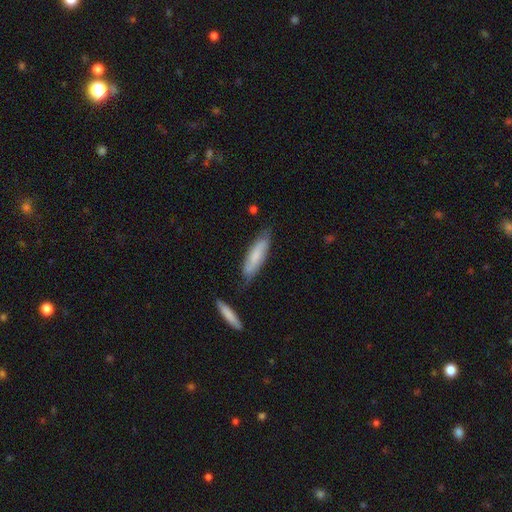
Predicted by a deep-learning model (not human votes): Morphology: type=smooth (62%); roundness=cigar-shaped (67%); merging=none (70%).